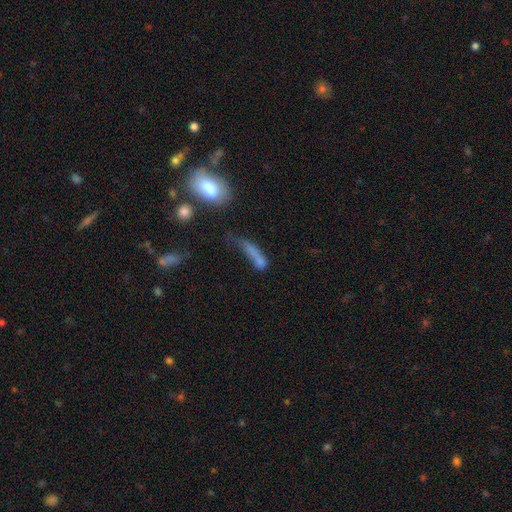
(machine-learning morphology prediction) This is likely a smooth galaxy (62%). How rounded: likely cigar-shaped (62%). Merging: marginally major disturbance (31%).